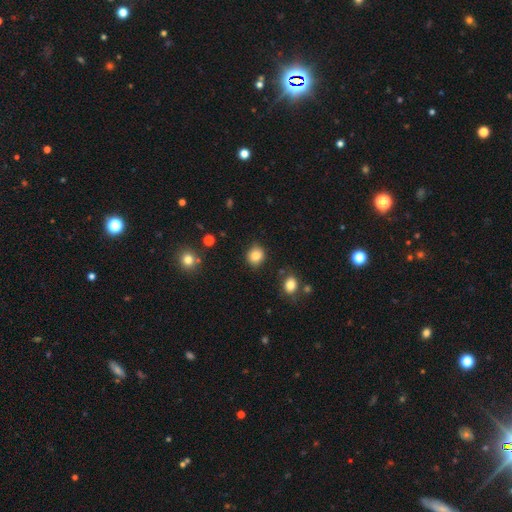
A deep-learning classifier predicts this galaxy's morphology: Smooth or featured?
  - smooth: 84% *
  - star or artifact: 10%
  - featured or disk: 6%
How rounded?
  - round: 79% *
  - in between: 20%
  - cigar-shaped: 1%
Merging?
  - none: 86% *
  - minor disturbance: 9%
  - major disturbance: 2%
  - merger: 2%